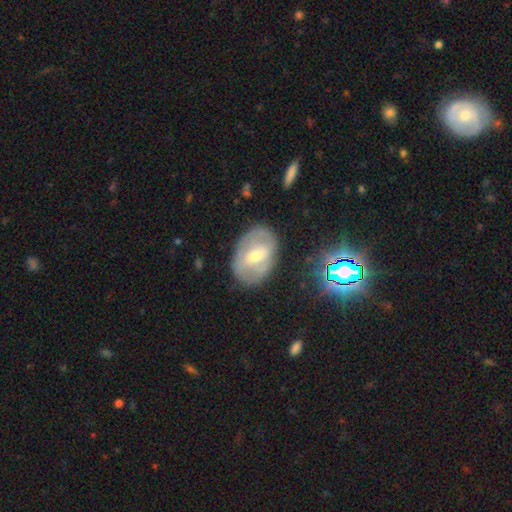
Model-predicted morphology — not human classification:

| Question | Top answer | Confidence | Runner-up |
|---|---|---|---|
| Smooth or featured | featured or disk | 56% | smooth (34%) |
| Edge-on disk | no | 94% | yes (6%) |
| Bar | weak | 49% | strong (25%) |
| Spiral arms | yes | 57% | no (43%) |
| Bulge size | moderate | 58% | small (34%) |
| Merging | none | 76% | minor disturbance (16%) |